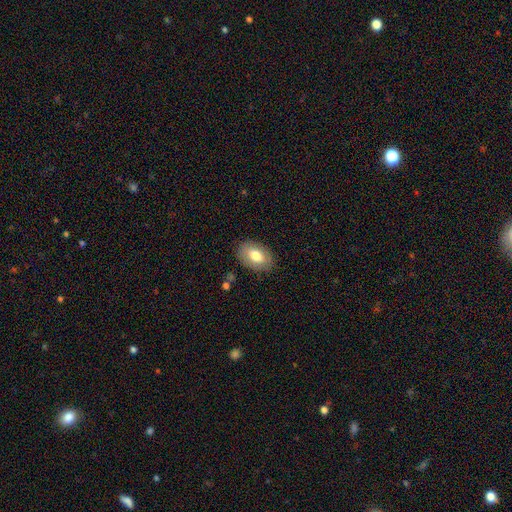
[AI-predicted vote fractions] The model was most divided on "smooth or featured": smooth: 74%, featured or disk: 19%, star or artifact: 7%. More confident: how rounded — in between (87%); merging — none (85%).